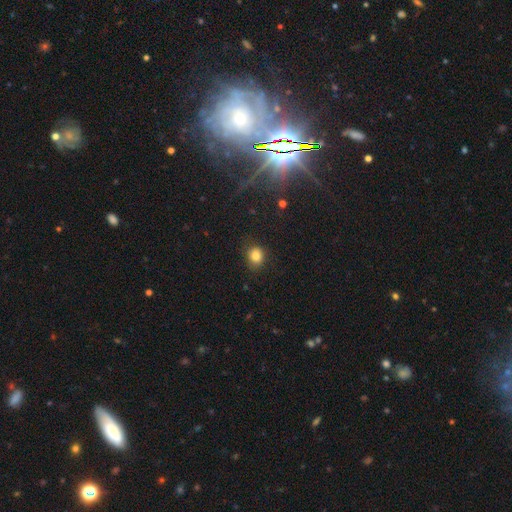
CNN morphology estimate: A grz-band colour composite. It shows a smooth galaxy with no disk features (83%) that is round (64%). Merging: none (76%).